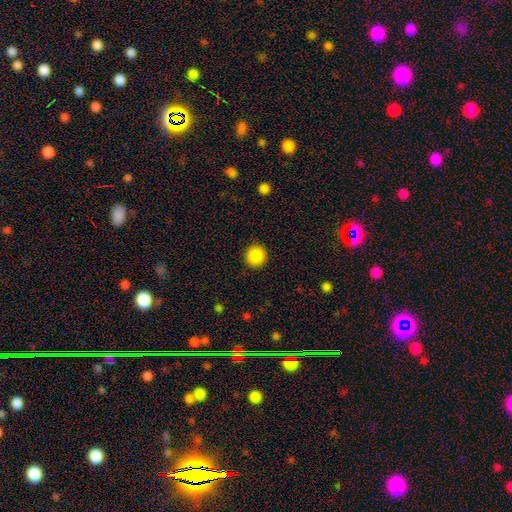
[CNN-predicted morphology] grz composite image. It shows a smooth galaxy with no disk features (88%) that is round (93%). Merging: none (92%).